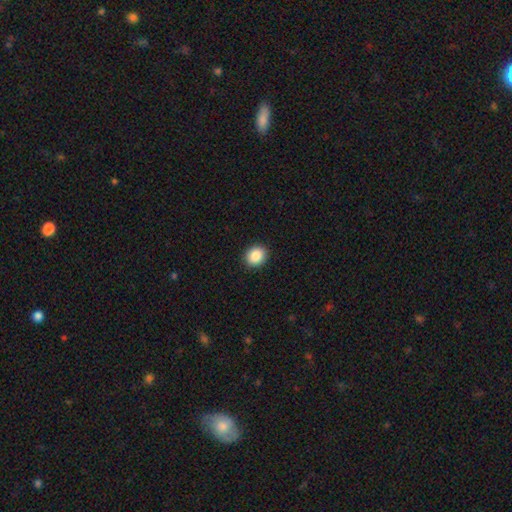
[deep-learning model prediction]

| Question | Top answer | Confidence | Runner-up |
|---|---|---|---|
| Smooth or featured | smooth | 88% | star or artifact (8%) |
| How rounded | round | 66% | in between (33%) |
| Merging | none | 92% | minor disturbance (6%) |